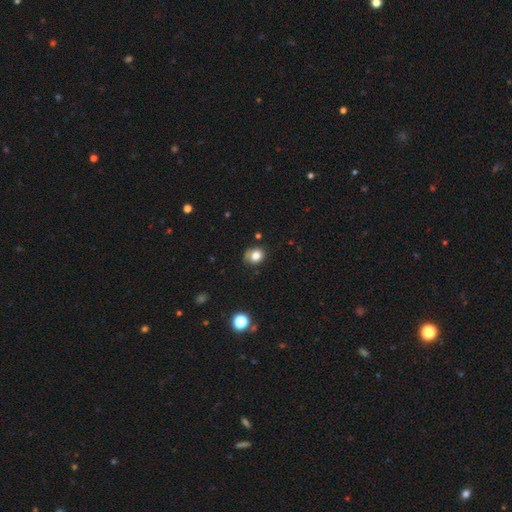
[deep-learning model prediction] smooth_or_featured: smooth (p=0.80) [alt: star or artifact p=0.12]
how_rounded: round (p=0.67) [alt: in between p=0.33]
merging: none (p=0.71) [alt: minor disturbance p=0.22]